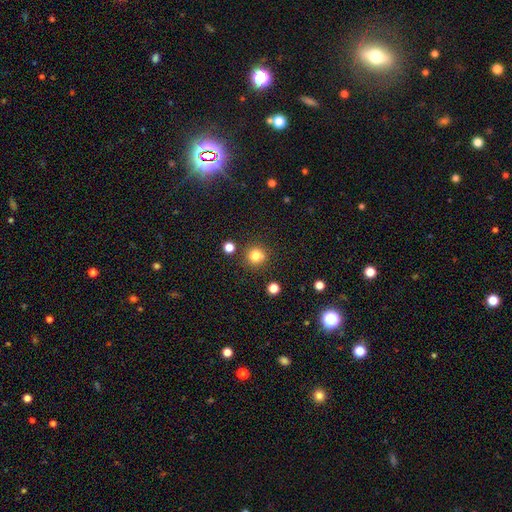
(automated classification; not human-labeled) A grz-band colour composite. It shows a smooth galaxy with no disk features (81%) that is round (93%). Merging: none (87%).